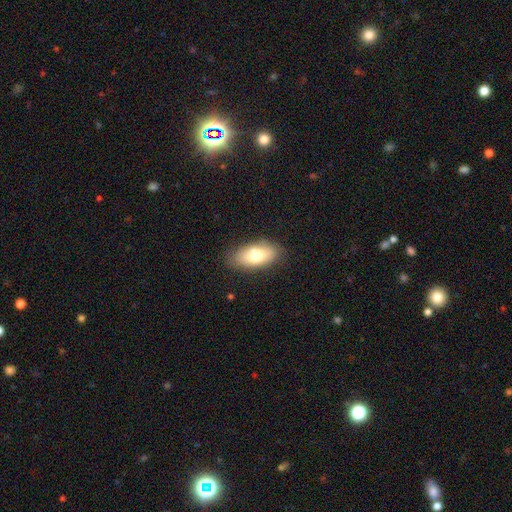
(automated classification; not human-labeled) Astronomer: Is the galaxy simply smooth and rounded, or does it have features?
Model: smooth — 73%.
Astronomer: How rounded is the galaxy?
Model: in between — 89%.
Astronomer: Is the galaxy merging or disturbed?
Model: none — 82%.